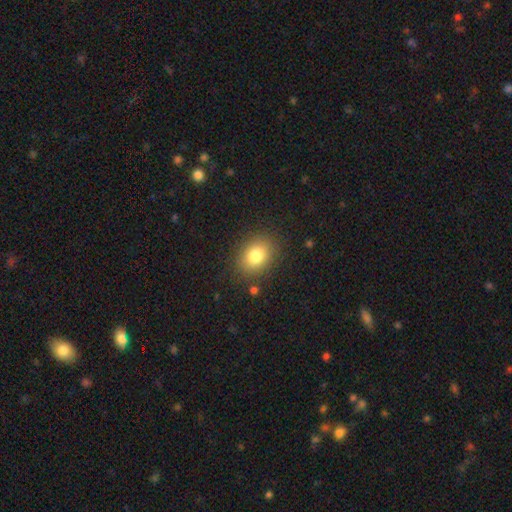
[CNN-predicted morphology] smooth-or-featured: smooth: 81% | star or artifact: 10% | featured or disk: 9%
  how-rounded: in between: 62% | round: 37% | cigar-shaped: 1%
  merging: none: 86% | minor disturbance: 9% | major disturbance: 3% | merger: 2%